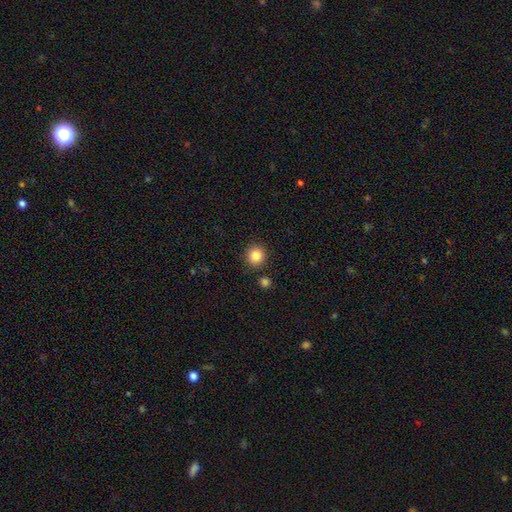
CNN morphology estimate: Q: Smooth or featured?
A: smooth (86%); runner-up: star or artifact (10%)
Q: How rounded?
A: round (90%); runner-up: in between (9%)
Q: Merging?
A: none (87%); runner-up: minor disturbance (7%)